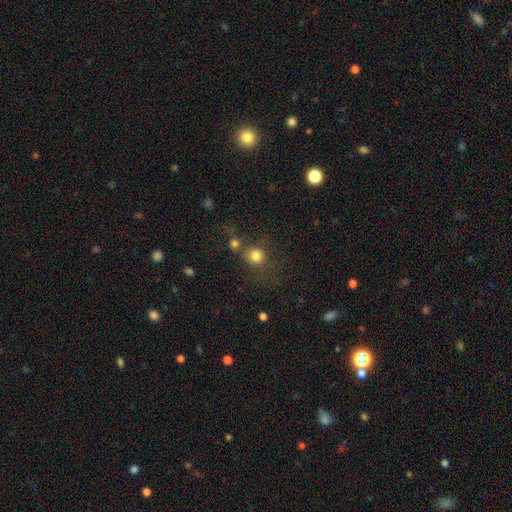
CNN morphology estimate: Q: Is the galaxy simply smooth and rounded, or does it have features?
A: smooth — 78%.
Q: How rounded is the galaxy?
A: round — 86%.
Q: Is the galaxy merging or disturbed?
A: none — 55%.